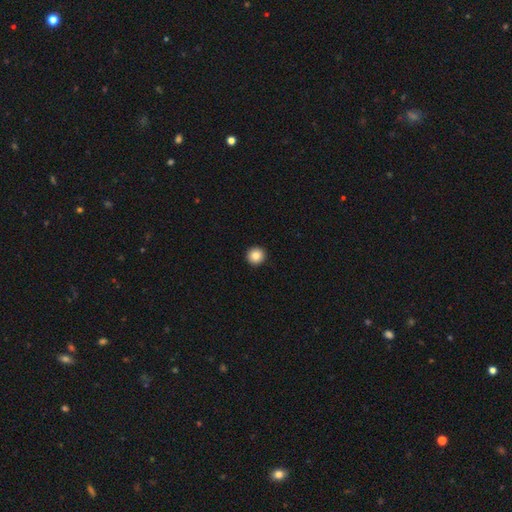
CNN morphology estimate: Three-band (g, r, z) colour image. It shows a smooth galaxy with no disk features (86%) that is round (96%). Merging: none (94%).